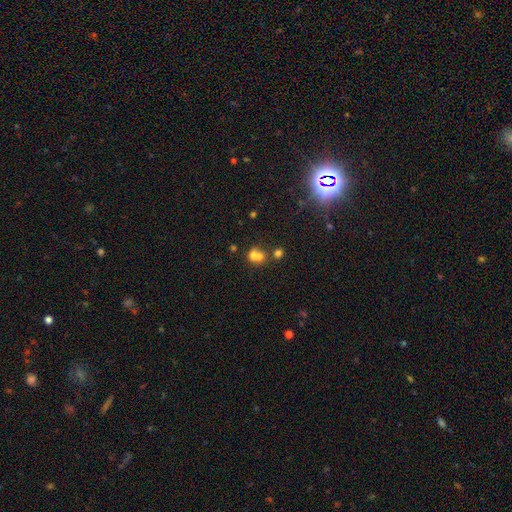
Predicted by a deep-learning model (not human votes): Morphology: type=smooth (66%); roundness=round (73%); merging=merger (60%).